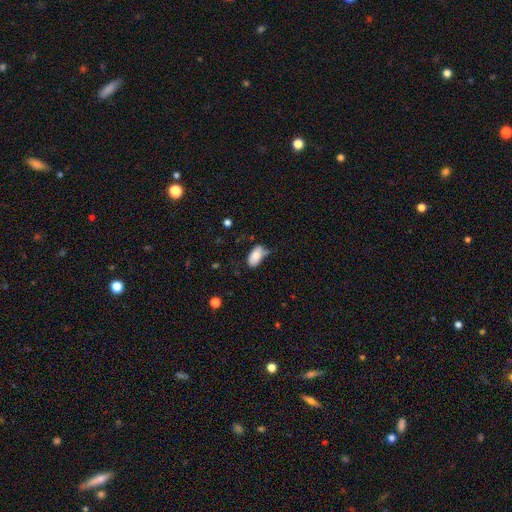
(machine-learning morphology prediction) smooth 83%, featured or disk 9%, star or artifact 7%. Down the decision tree: how rounded — in between (93%); merging — none (50%).